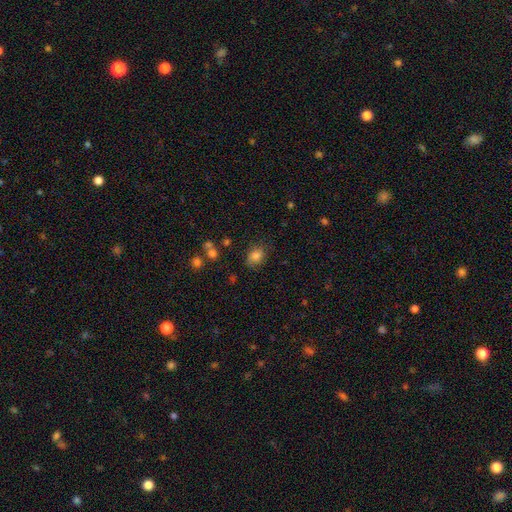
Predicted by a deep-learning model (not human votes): Smooth or featured? Predicted: smooth (p=0.80). How rounded? Predicted: in between (p=0.62). Merging? Predicted: none (p=0.71).